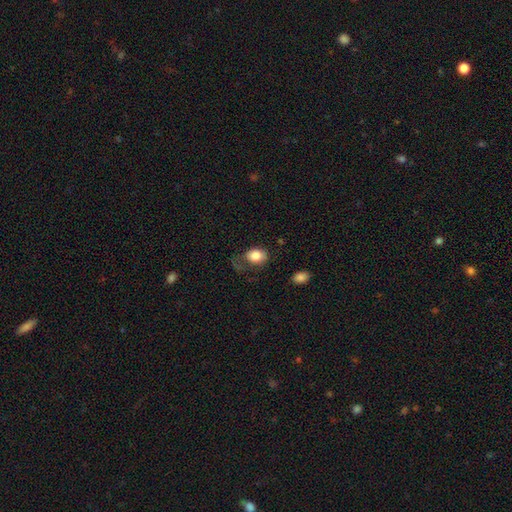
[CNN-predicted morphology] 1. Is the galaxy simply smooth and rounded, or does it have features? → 83% smooth, 9% featured or disk, 8% star or artifact.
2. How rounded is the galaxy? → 65% in between, 33% round, 1% cigar-shaped.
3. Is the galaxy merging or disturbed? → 41% none, 29% major disturbance, 27% minor disturbance, 3% merger.